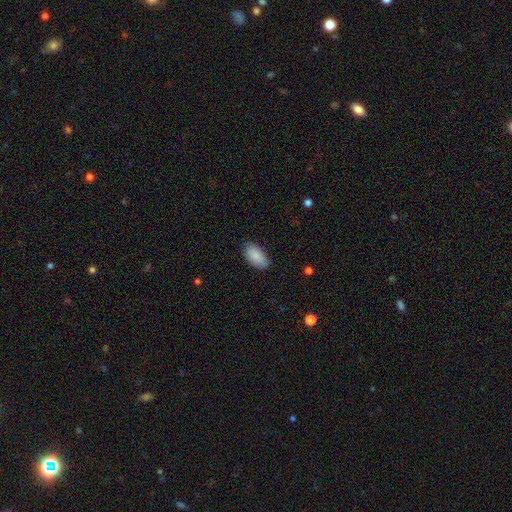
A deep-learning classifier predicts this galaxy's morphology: type=smooth (88%); roundness=in between (94%); merging=none (83%).